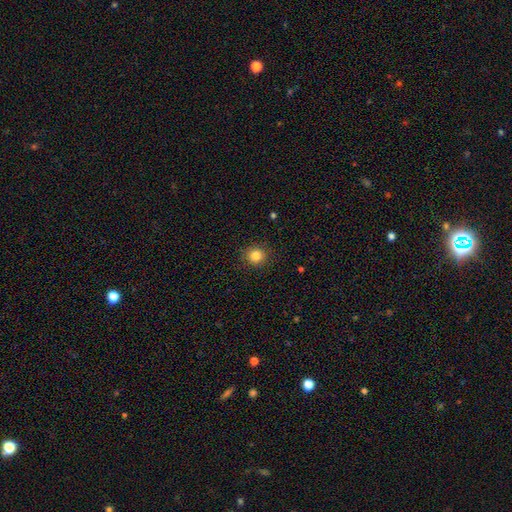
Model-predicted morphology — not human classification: This appears to be a smooth galaxy with no disk features (83%) that is round (90%). Merging: none (90%).